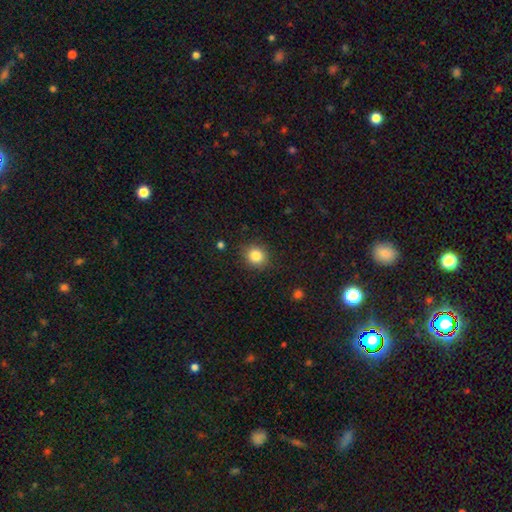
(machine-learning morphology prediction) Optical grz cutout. It shows a smooth galaxy with no disk features (84%) that is round (82%). Merging: none (87%).